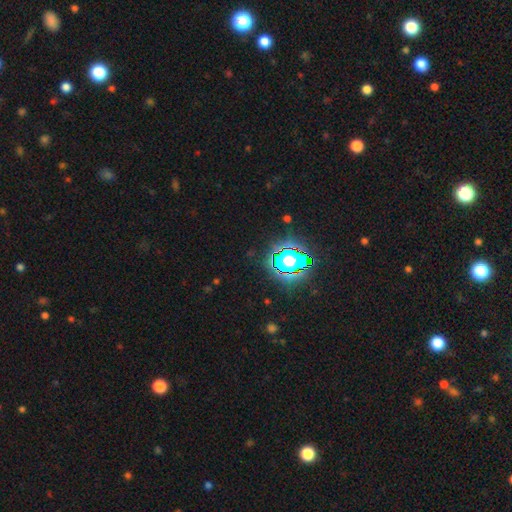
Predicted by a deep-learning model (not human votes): Smooth or featured?
  - star or artifact: 79% *
  - smooth: 13%
  - featured or disk: 8%